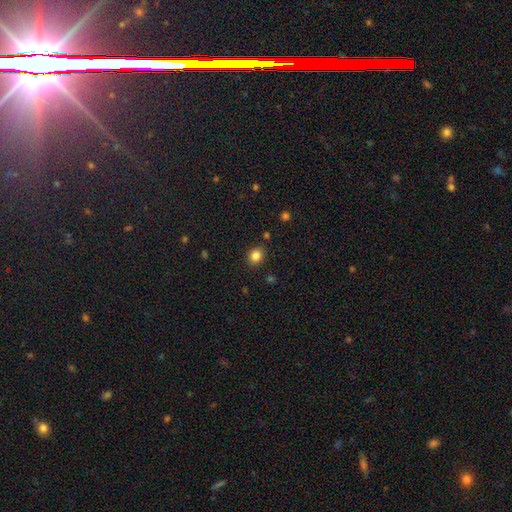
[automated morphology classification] This is clearly a smooth galaxy (84%). How rounded: likely round (73%). Merging: clearly none (87%).